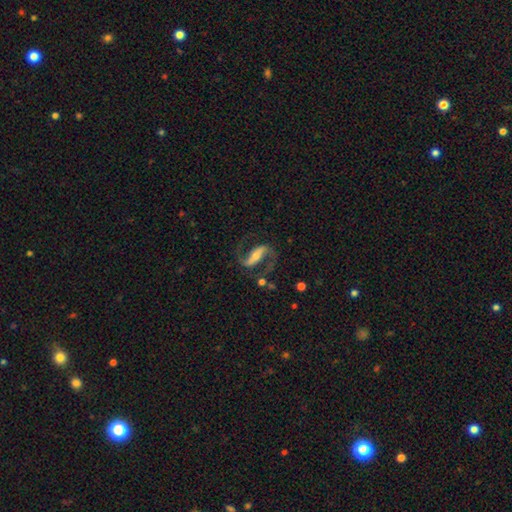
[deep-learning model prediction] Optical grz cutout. It shows a featured or disk galaxy (89%) with a strong bar (66%), 2 (93%) medium (48%) spiral arms (97%) and a small central bulge (50%). Merging: none (74%).